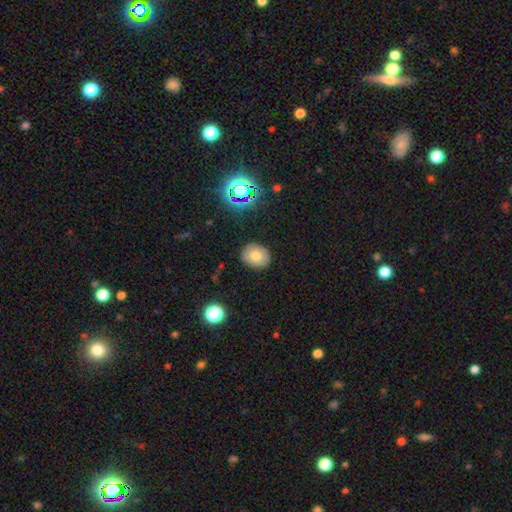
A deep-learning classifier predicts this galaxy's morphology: Smooth or featured: smooth — 74% (featured or disk — 14%)
How rounded: in between — 50% (round — 49%)
Merging: none — 86% (minor disturbance — 10%)